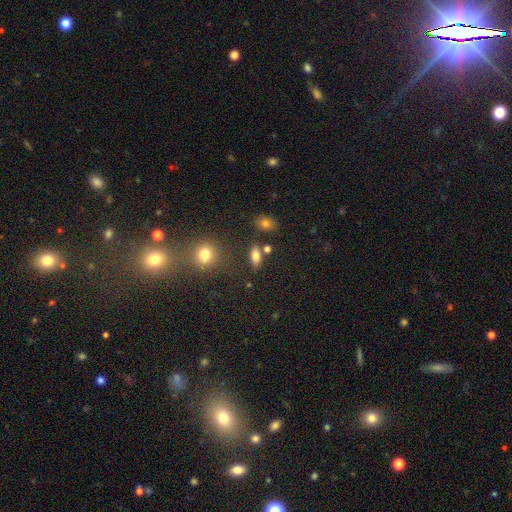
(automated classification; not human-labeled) Smooth or featured: smooth — 79% (star or artifact — 11%)
How rounded: in between — 83% (cigar-shaped — 9%)
Merging: none — 77% (minor disturbance — 11%)